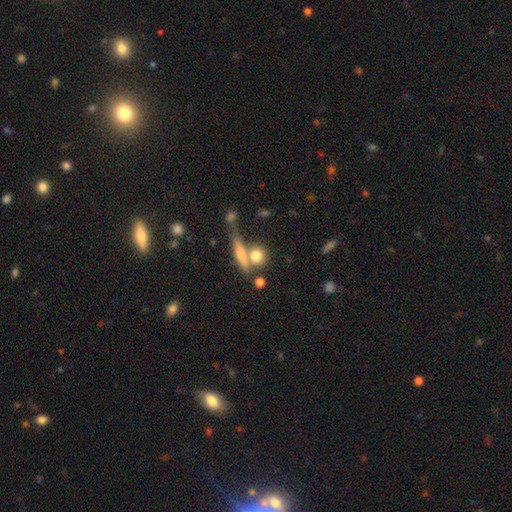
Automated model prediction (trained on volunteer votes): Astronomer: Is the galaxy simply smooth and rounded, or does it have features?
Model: smooth — 75%.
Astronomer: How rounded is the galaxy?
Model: round — 61%.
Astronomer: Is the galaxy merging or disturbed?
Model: none — 54% (runner-up: merger, 30%).